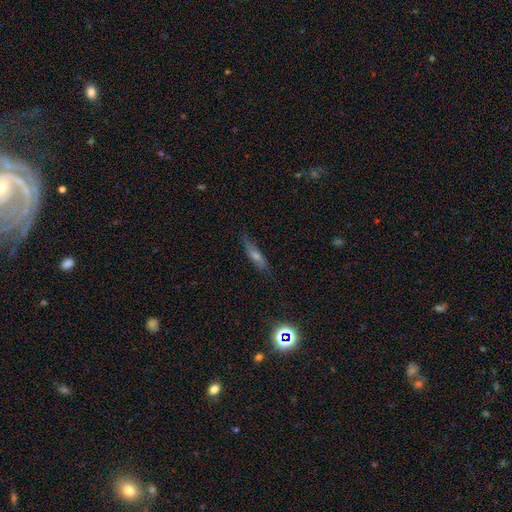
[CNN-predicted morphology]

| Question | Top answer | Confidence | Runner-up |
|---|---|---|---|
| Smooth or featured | smooth | 43% | featured or disk (42%) |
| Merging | none | 77% | minor disturbance (17%) |